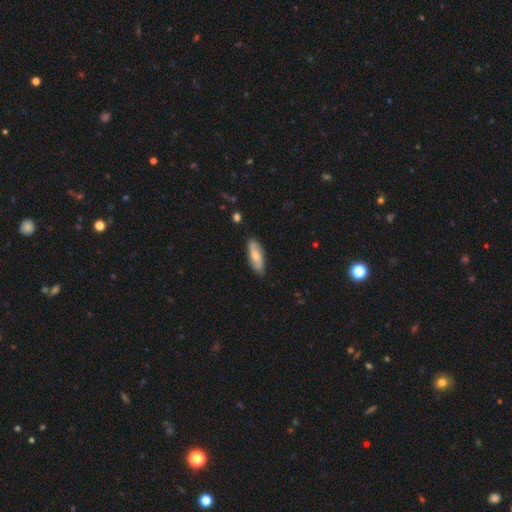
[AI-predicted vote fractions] A smooth galaxy with no disk features (60%) that is in between round and cigar-shaped (72%). Merging: none (81%).